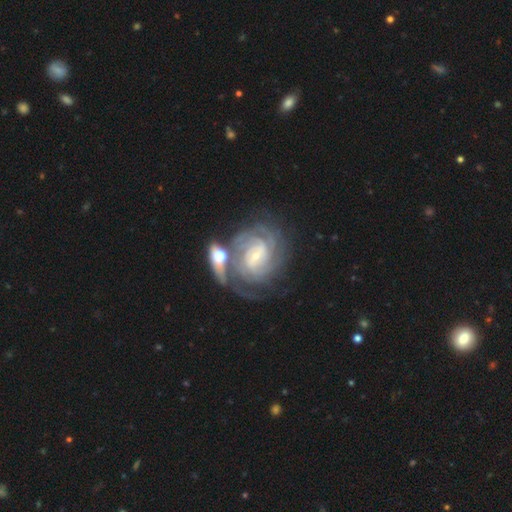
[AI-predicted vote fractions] A featured or disk galaxy (89%) with a weak bar (44%), tight (74%) spiral arms (98%) and a small central bulge (74%). Merging: none (48%).